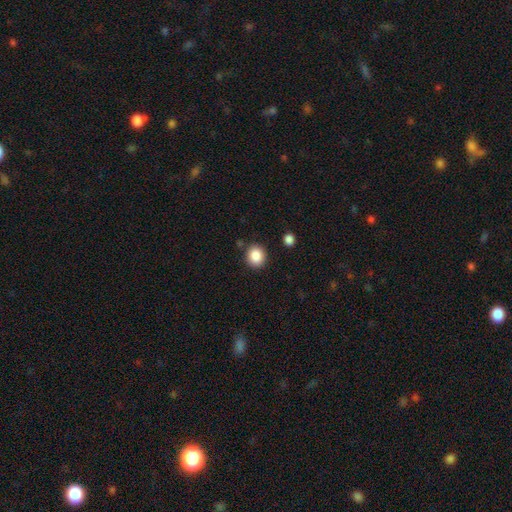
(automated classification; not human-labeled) smooth_or_featured: smooth (p=0.87) [alt: star or artifact p=0.09]
how_rounded: round (p=0.79) [alt: in between p=0.20]
merging: none (p=0.85) [alt: minor disturbance p=0.09]